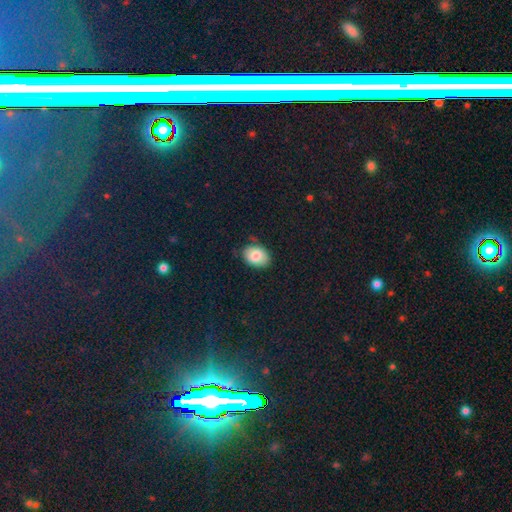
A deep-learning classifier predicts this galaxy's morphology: This is clearly a smooth galaxy (80%). How rounded: likely in between (77%). Merging: likely none (76%).